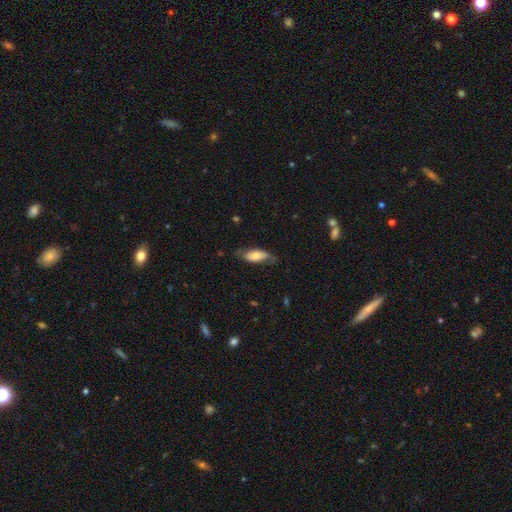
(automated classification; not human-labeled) Q: Smooth or featured?
A: smooth (54%); runner-up: featured or disk (39%)
Q: How rounded?
A: in between (81%); runner-up: cigar-shaped (16%)
Q: Merging?
A: none (60%); runner-up: minor disturbance (28%)